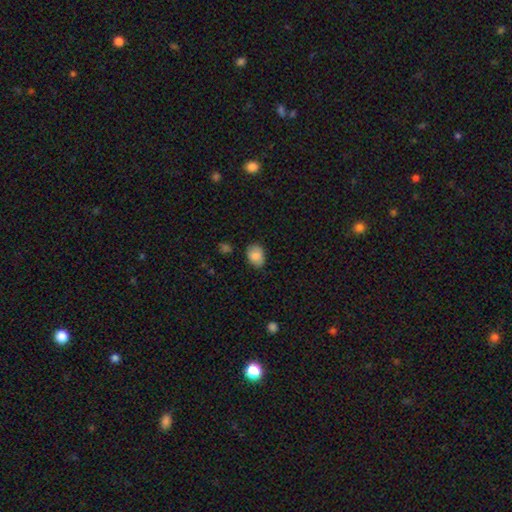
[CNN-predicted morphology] The model was most divided on "how rounded": in between: 70%, round: 29%, cigar-shaped: 1%. More confident: smooth or featured — smooth (85%); merging — none (74%).